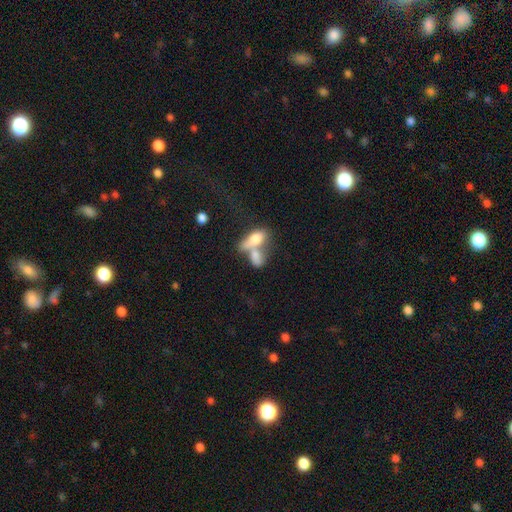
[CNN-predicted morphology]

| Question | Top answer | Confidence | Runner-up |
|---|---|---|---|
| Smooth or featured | smooth | 72% | featured or disk (21%) |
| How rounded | in between | 79% | cigar-shaped (11%) |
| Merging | merger | 69% | none (17%) |